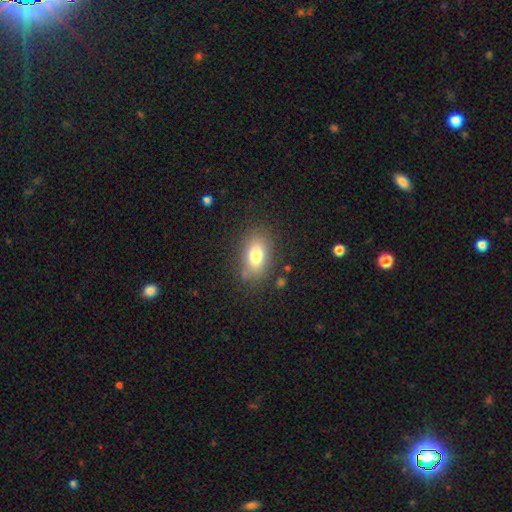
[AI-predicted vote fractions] The model was most divided on "smooth or featured": smooth: 77%, featured or disk: 13%, star or artifact: 10%. More confident: how rounded — in between (82%); merging — none (80%).